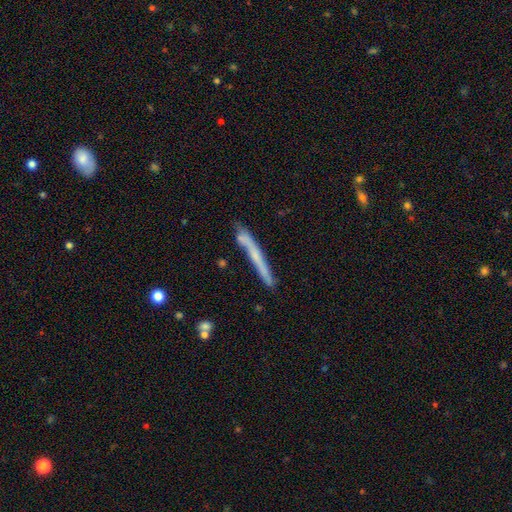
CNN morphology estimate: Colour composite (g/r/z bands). It shows a featured or disk galaxy (49%). Merging: none (72%).